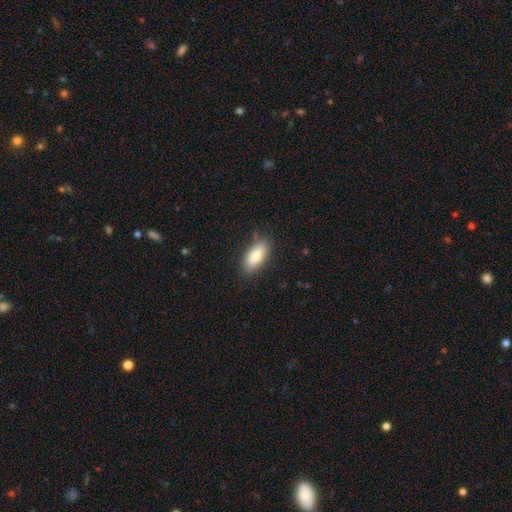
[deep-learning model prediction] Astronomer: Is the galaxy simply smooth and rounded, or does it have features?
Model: smooth — 77%.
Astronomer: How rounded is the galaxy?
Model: in between — 87%.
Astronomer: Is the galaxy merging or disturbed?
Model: none — 79%.